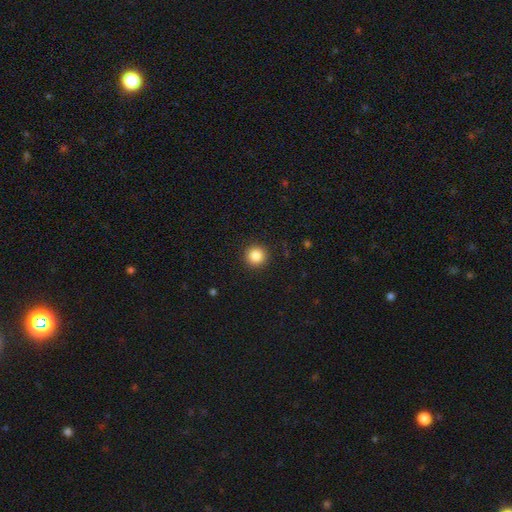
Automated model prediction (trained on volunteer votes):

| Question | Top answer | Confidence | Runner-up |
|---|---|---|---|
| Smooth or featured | smooth | 86% | star or artifact (10%) |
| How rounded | round | 95% | in between (4%) |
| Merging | none | 92% | minor disturbance (5%) |